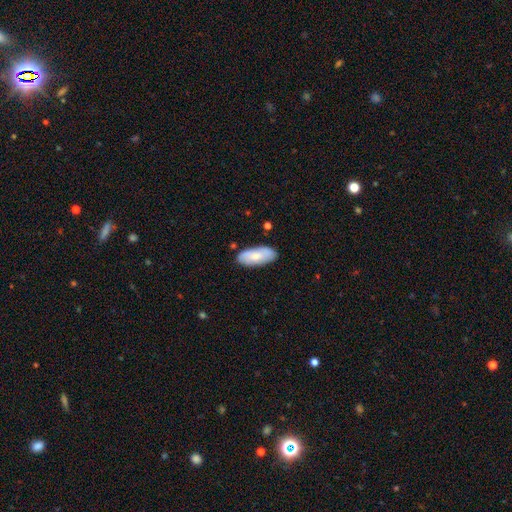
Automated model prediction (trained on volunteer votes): The model was most divided on "smooth or featured": smooth: 70%, featured or disk: 24%, star or artifact: 6%. More confident: how rounded — in between (88%); merging — none (82%).